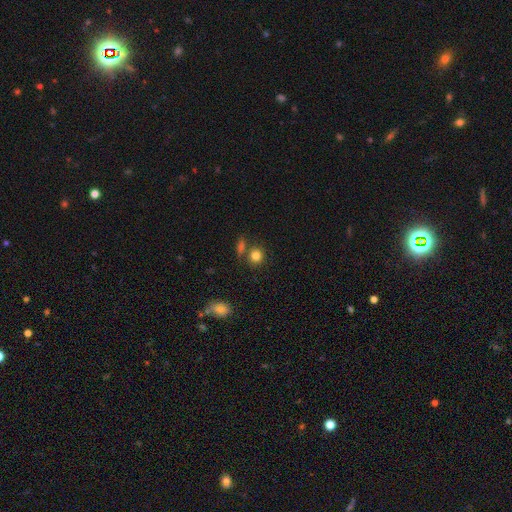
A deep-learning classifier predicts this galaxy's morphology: smooth 82%, star or artifact 12%, featured or disk 6%. Down the decision tree: how rounded — round (82%); merging — none (69%).